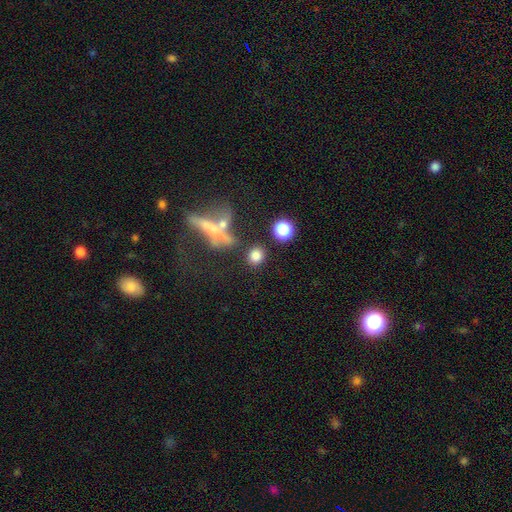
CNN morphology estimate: Smooth or featured? smooth (78%)
How rounded? round (68%)
Merging? none (72%)